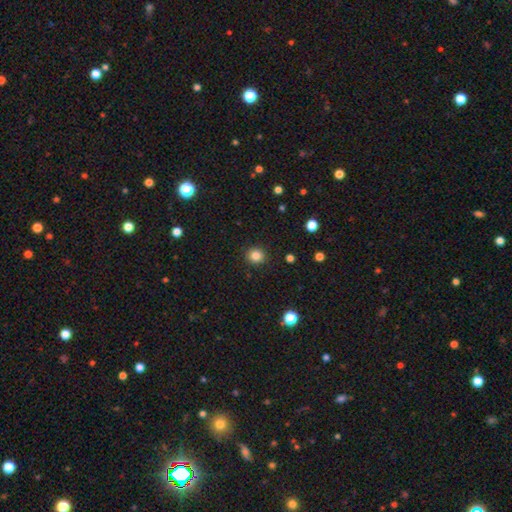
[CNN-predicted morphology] smooth-or-featured: smooth: 84% | star or artifact: 12% | featured or disk: 4%
  how-rounded: round: 89% | in between: 11% | cigar-shaped: 1%
  merging: none: 91% | minor disturbance: 6% | major disturbance: 2% | merger: 1%